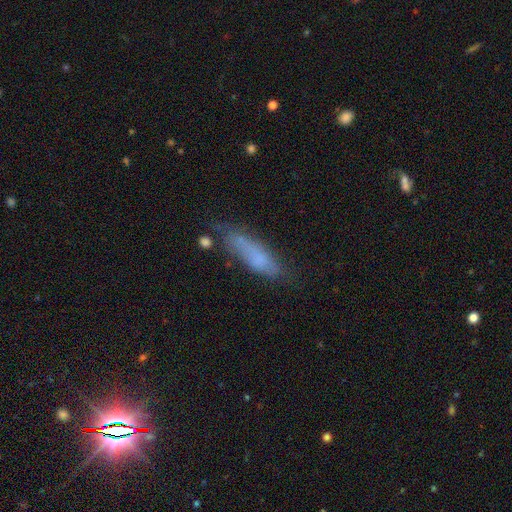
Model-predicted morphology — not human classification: smooth-or-featured: smooth: 67% | featured or disk: 23% | star or artifact: 10%
  how-rounded: cigar-shaped: 62% | in between: 36% | round: 2%
  merging: none: 51% | minor disturbance: 29% | major disturbance: 14% | merger: 6%